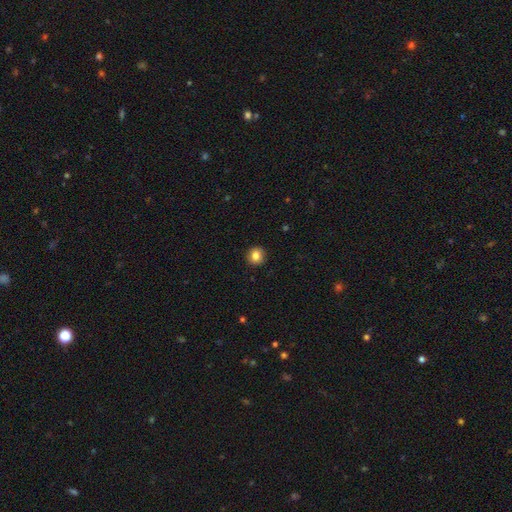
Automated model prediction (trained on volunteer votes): smooth 84%, star or artifact 10%, featured or disk 6%. Down the decision tree: how rounded — round (92%); merging — none (92%).